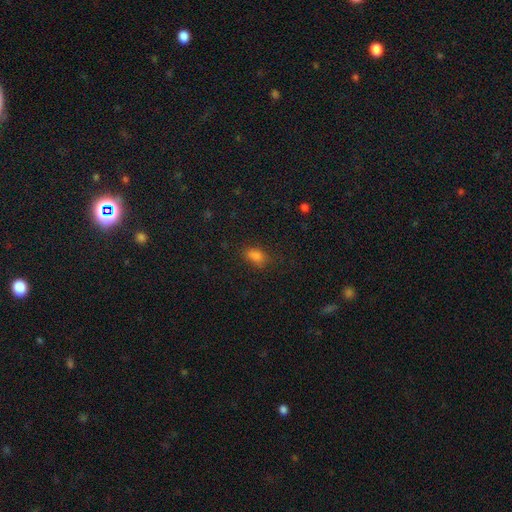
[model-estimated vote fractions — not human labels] A smooth galaxy with no disk features (79%) that is in between round and cigar-shaped (83%). Merging: none (72%).